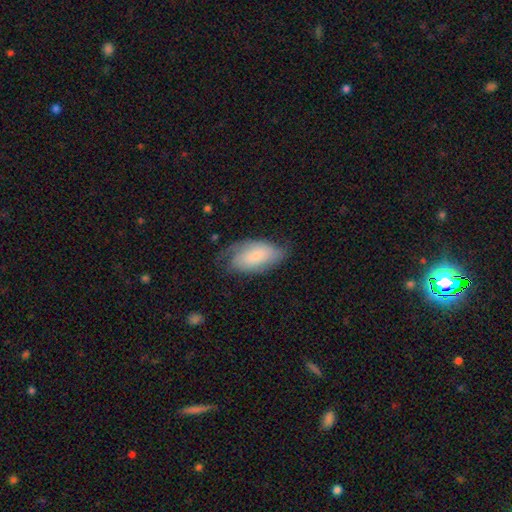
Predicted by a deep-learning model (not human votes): Smooth or featured? Predicted: smooth (p=0.51). How rounded? Predicted: in between (p=0.93). Merging? Predicted: none (p=0.53).